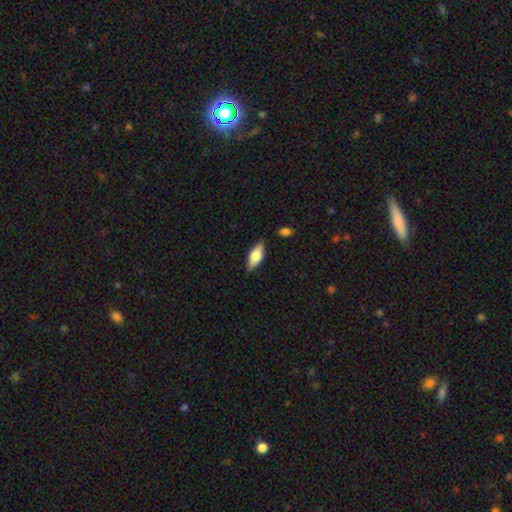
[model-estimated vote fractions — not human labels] The model was most divided on "smooth or featured": smooth: 63%, featured or disk: 31%, star or artifact: 6%. More confident: merging — none (84%); how rounded — in between (72%).